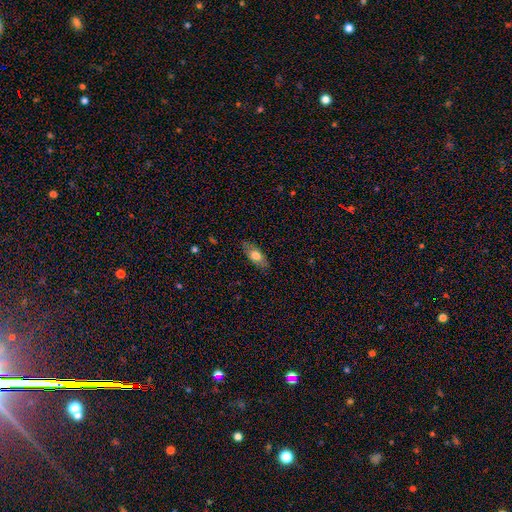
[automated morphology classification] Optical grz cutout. It shows a smooth galaxy with no disk features (68%) that is in between round and cigar-shaped (80%). Merging: none (81%).